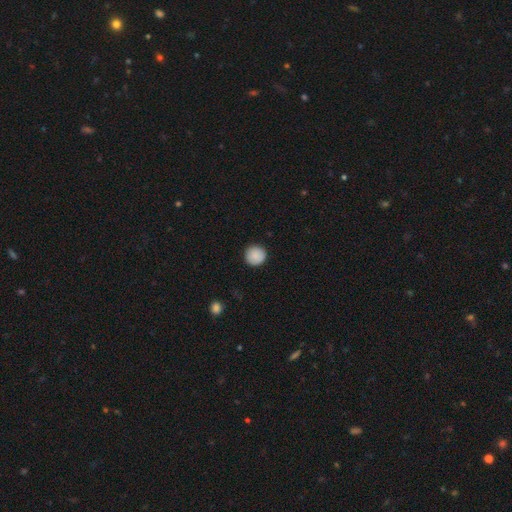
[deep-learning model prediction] smooth-or-featured: smooth: 88% | star or artifact: 8% | featured or disk: 4%
  how-rounded: round: 95% | in between: 4% | cigar-shaped: 1%
  merging: none: 91% | minor disturbance: 6% | major disturbance: 2% | merger: 1%